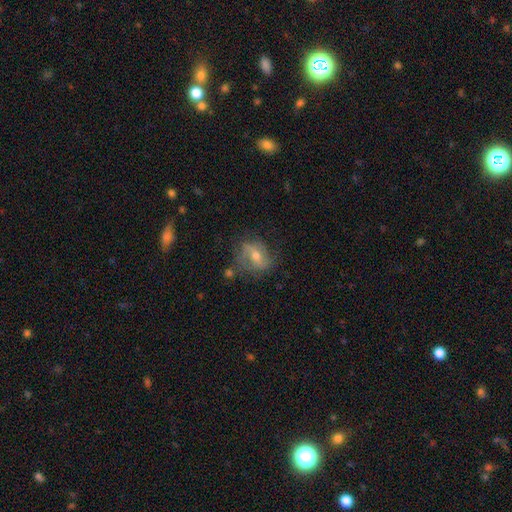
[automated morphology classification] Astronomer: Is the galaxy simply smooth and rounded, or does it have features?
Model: featured or disk — 57% (runner-up: smooth, 33%).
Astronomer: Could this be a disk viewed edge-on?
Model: no — 94%.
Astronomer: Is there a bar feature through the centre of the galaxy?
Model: weak — 42% (runner-up: no, 30%).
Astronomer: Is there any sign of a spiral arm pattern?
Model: yes — 71%.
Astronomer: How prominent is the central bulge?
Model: moderate — 66%.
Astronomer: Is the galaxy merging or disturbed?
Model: none — 62%.